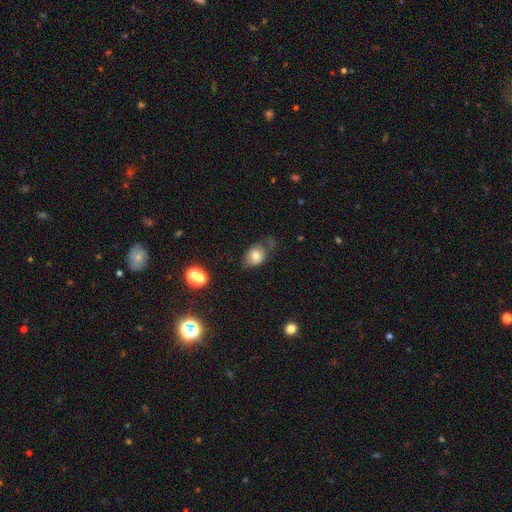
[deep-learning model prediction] smooth 69%, featured or disk 20%, star or artifact 10%. Down the decision tree: how rounded — in between (61%); merging — none (46%).